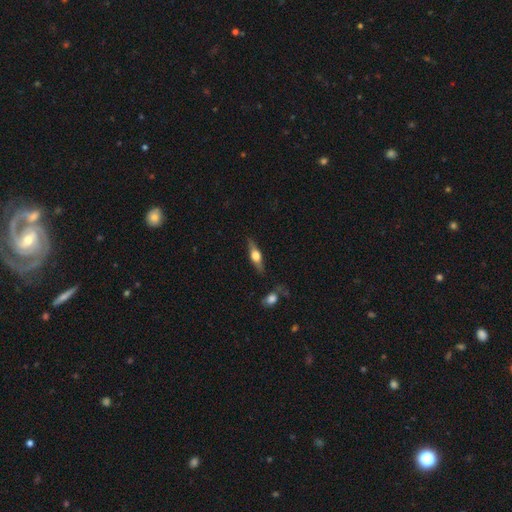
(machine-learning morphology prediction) Smooth or featured: featured or disk — 62% (smooth — 32%)
Edge-on disk: yes — 94% (no — 6%)
Edge-on bulge: rounded — 94% (boxy — 5%)
Merging: none — 82% (minor disturbance — 12%)